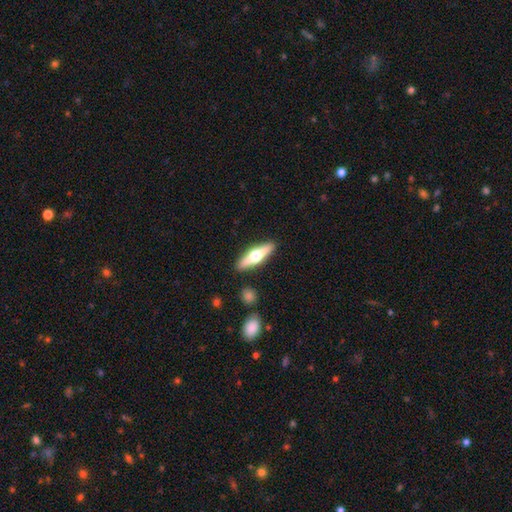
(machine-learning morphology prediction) Overall: featured or disk (60%; smooth 35%). Edge-on disk: yes (95%). Edge-on bulge: rounded (96%). Merging: none (89%).